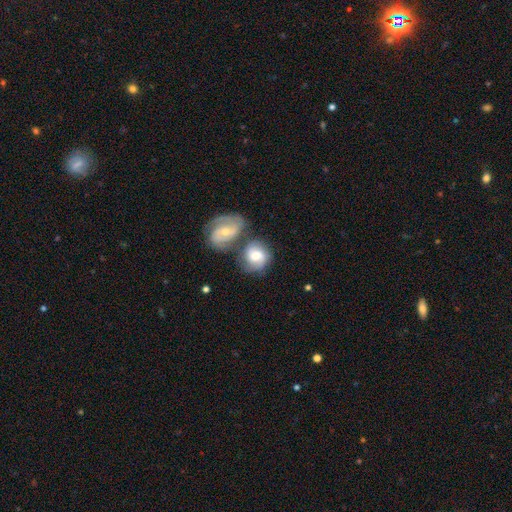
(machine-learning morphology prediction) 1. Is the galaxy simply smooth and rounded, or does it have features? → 56% featured or disk, 38% smooth, 7% star or artifact.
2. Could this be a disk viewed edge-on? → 96% no, 4% yes.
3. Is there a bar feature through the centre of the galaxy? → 50% no, 41% weak, 9% strong.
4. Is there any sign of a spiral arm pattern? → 89% yes, 11% no.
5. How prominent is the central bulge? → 64% moderate, 26% small, 7% large, 2% none, 1% dominant.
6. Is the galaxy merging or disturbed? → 43% none, 38% merger, 13% minor disturbance, 6% major disturbance.